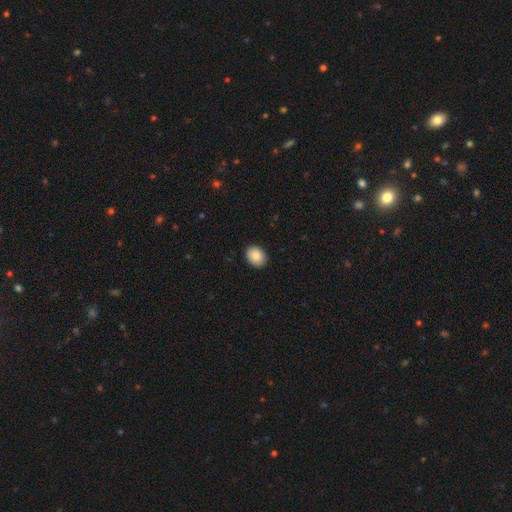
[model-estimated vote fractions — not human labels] Morphology: type=smooth (88%); roundness=in between (55%); merging=none (90%).